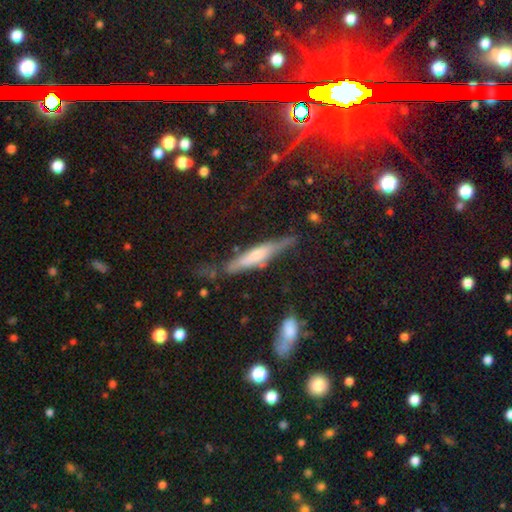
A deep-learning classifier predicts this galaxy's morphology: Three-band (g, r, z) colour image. It shows a featured or disk galaxy (47%). Merging: none (65%).